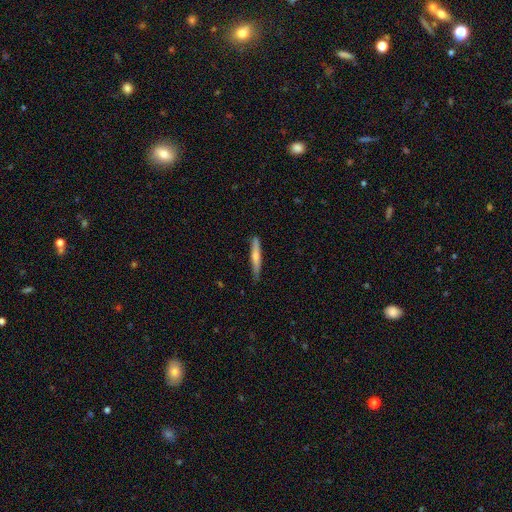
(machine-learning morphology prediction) Overall: smooth (59%; featured or disk 36%). How rounded: cigar-shaped (94%). Merging: none (79%).